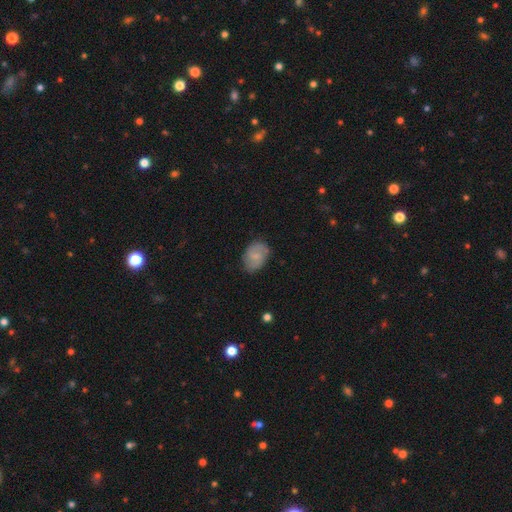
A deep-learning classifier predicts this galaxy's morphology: Overall: smooth (48%; featured or disk 44%). Merging: none (75%).